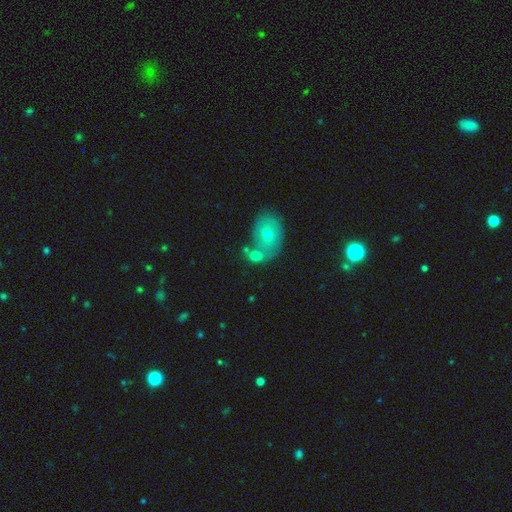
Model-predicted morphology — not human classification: The model was most divided on "how rounded": in between: 57%, round: 41%, cigar-shaped: 2%. More confident: smooth or featured — smooth (67%); merging — merger (50%).